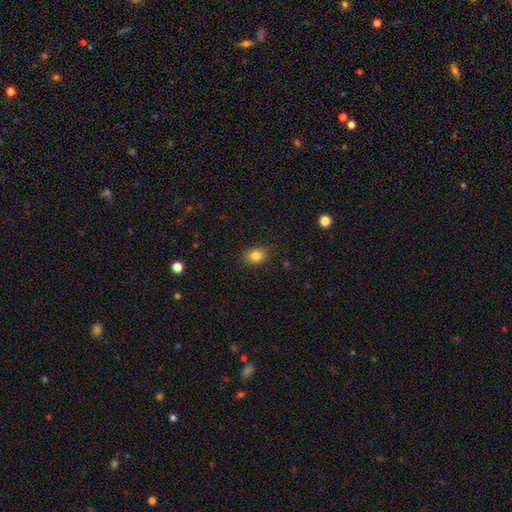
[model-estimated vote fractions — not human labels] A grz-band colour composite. It shows a smooth galaxy with no disk features (83%) that is in between round and cigar-shaped (60%). Merging: none (86%).